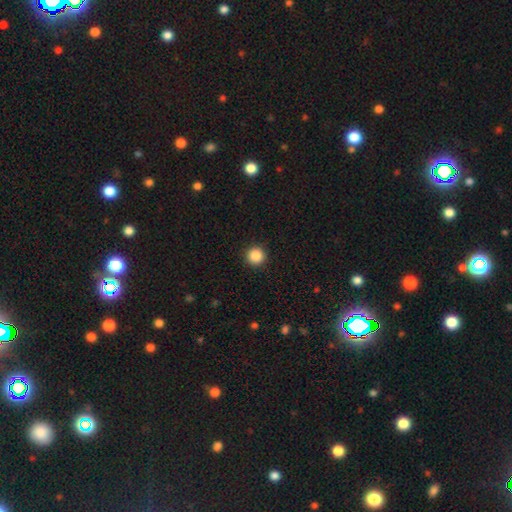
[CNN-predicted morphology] Smooth or featured?
  - smooth: 87% *
  - star or artifact: 10%
  - featured or disk: 3%
How rounded?
  - round: 96% *
  - in between: 3%
  - cigar-shaped: 1%
Merging?
  - none: 93% *
  - minor disturbance: 5%
  - major disturbance: 2%
  - merger: 1%